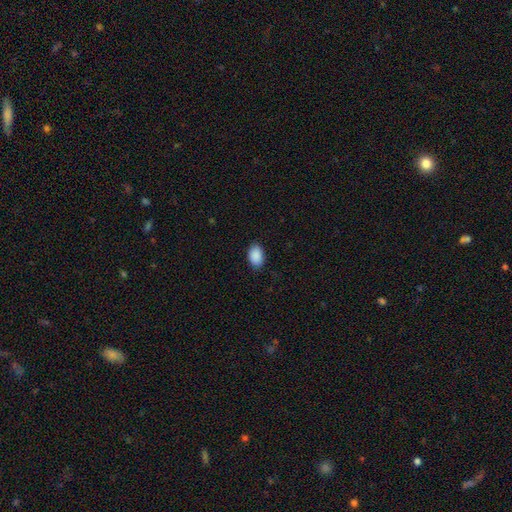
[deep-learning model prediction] smooth-or-featured: smooth: 91% | star or artifact: 7% | featured or disk: 3%
  how-rounded: in between: 89% | round: 10% | cigar-shaped: 1%
  merging: none: 87% | minor disturbance: 10% | major disturbance: 2% | merger: 1%